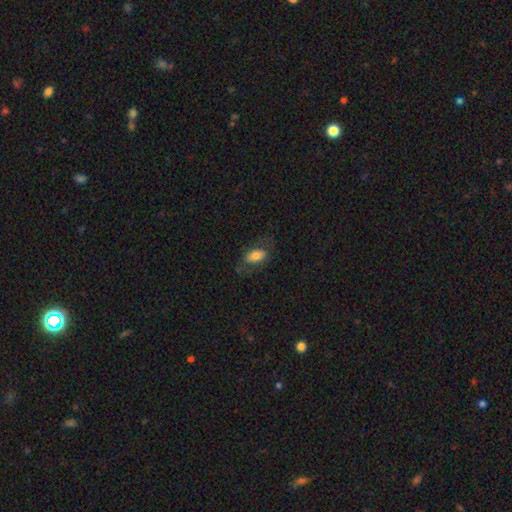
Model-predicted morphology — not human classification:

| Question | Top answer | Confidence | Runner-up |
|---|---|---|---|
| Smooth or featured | smooth | 73% | featured or disk (20%) |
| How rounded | in between | 90% | round (6%) |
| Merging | none | 66% | minor disturbance (19%) |